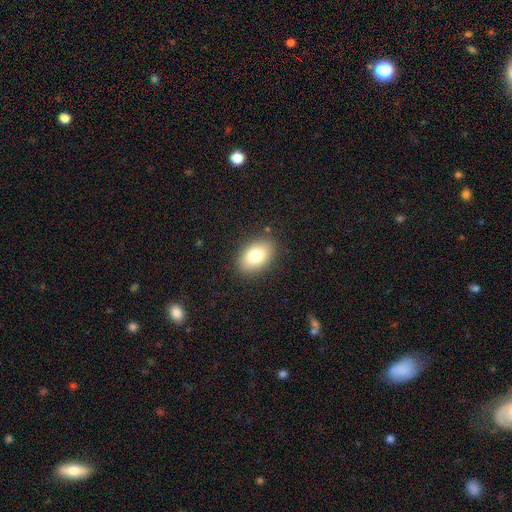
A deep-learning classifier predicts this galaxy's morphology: This is likely a smooth galaxy (79%). How rounded: clearly in between (88%). Merging: clearly none (86%).